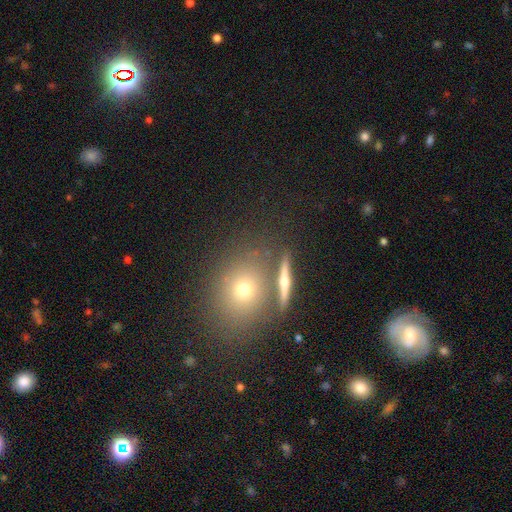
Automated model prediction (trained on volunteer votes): Smooth or featured? smooth (57%)
How rounded? round (64%)
Merging? none (70%)